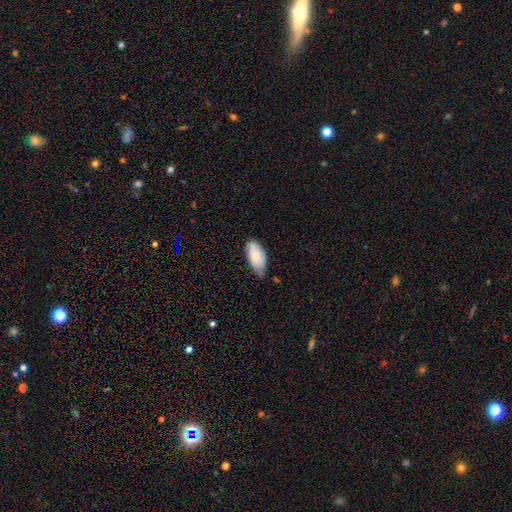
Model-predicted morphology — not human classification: Overall: smooth (82%). How rounded: in between (93%). Merging: none (58%; minor disturbance 35%).